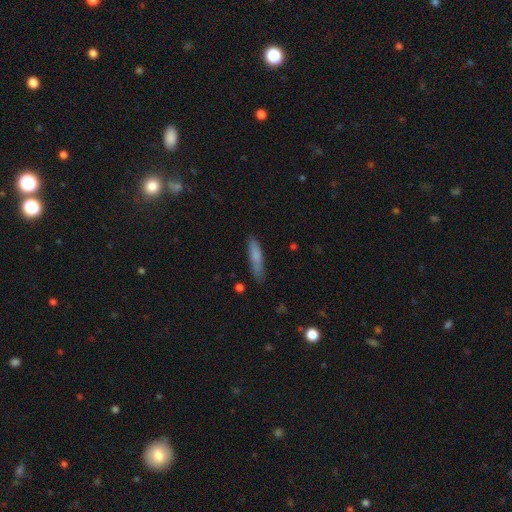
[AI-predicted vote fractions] A smooth galaxy with no disk features (76%) that is cigar-shaped (83%).

Vote fractions:
- Smooth or featured? smooth: 76% / featured or disk: 18% / star or artifact: 7%
- How rounded? cigar-shaped: 83% / in between: 16% / round: 2%
- Merging? none: 77% / minor disturbance: 18% / major disturbance: 3% / merger: 2%